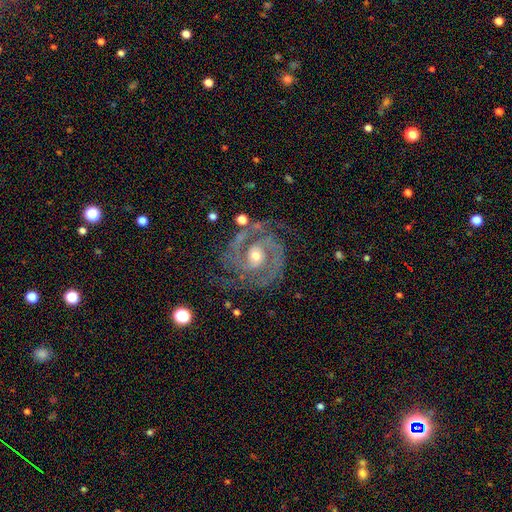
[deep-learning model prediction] featured or disk 92%, star or artifact 5%, smooth 3%. Down the decision tree: edge-on disk — no (98%); bar — no (60%); spiral arms — yes (98%); spiral arm count — 2 (71%); spiral winding — tight (55%); bulge size — moderate (61%); merging — none (73%).